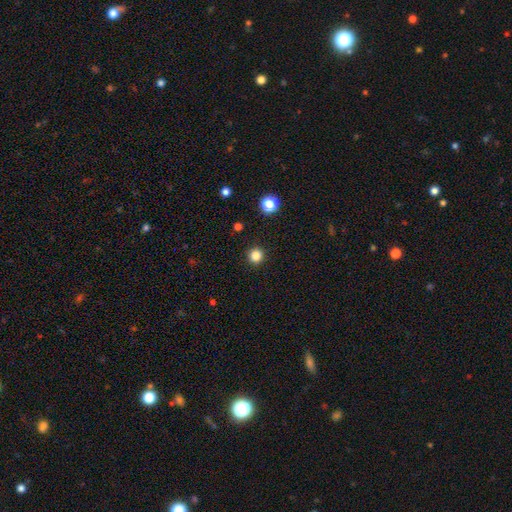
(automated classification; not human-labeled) A smooth galaxy with no disk features (84%) that is round (95%). Merging: none (93%).